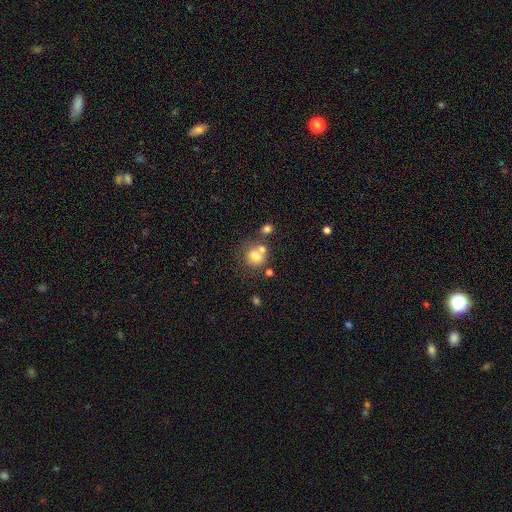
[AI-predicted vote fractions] A smooth galaxy with no disk features (74%) that is round (83%).

Vote fractions:
- Smooth or featured? smooth: 74% / featured or disk: 14% / star or artifact: 12%
- How rounded? round: 83% / in between: 16% / cigar-shaped: 1%
- Merging? none: 50% / merger: 34% / minor disturbance: 12% / major disturbance: 5%